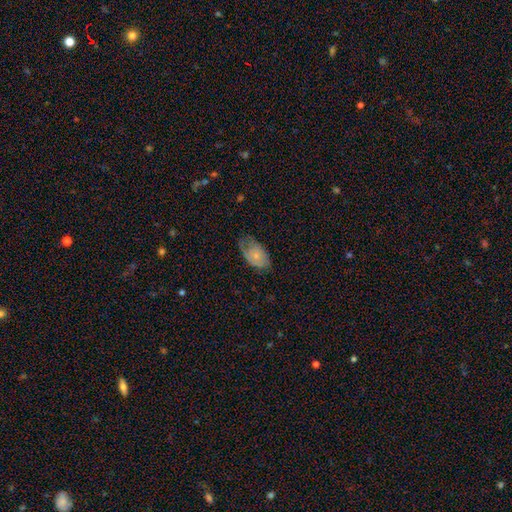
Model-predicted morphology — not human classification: Overall: smooth (65%; featured or disk 28%). How rounded: in between (91%). Merging: none (45%; minor disturbance 37%).